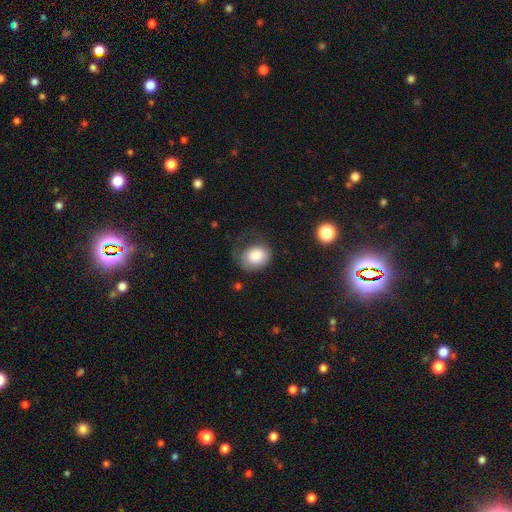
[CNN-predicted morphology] The model was most divided on "how rounded": round: 52%, in between: 48%, cigar-shaped: 1%. Remaining: smooth or featured — smooth (80%); merging — none (40%).